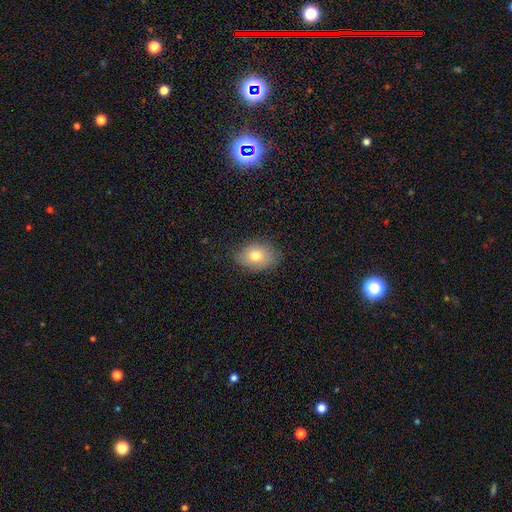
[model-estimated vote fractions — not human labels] Smooth or featured: smooth — 77% (featured or disk — 14%)
How rounded: in between — 79% (round — 20%)
Merging: none — 80% (minor disturbance — 16%)